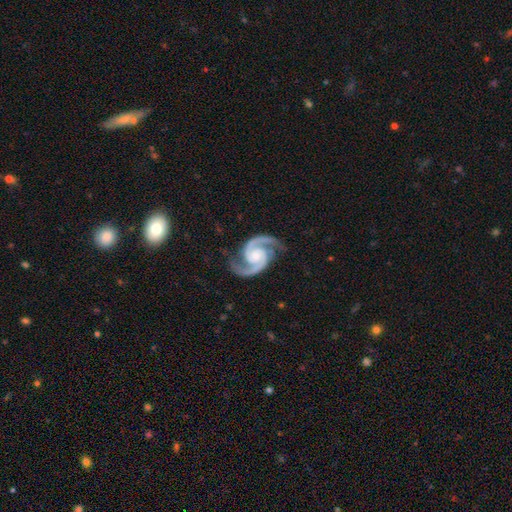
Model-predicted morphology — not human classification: Smooth or featured? featured or disk (95%)
Edge-on disk? no (99%)
Bar? no (64%)
Spiral arms? yes (99%)
Spiral winding? medium (65%)
Spiral arm count? 2 (95%)
Bulge size? small (50%)
Merging? none (83%)